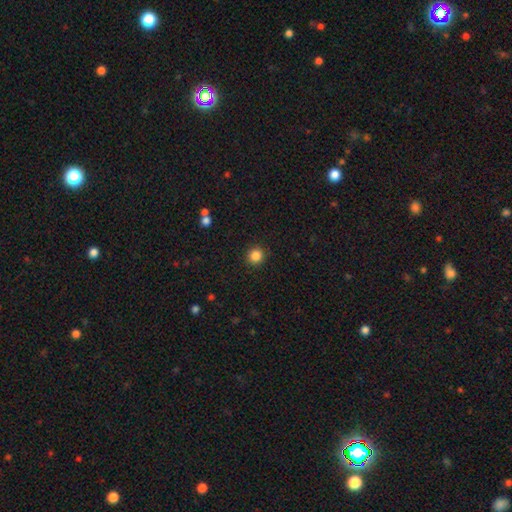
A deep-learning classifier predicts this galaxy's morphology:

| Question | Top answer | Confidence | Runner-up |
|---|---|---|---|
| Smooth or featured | smooth | 85% | star or artifact (11%) |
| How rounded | round | 93% | in between (7%) |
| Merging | none | 92% | minor disturbance (5%) |